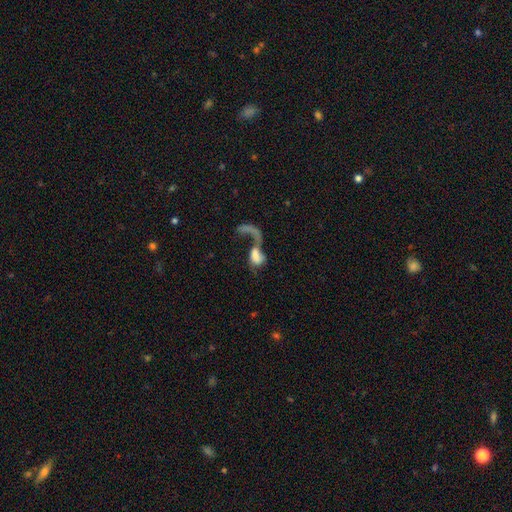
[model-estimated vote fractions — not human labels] A featured or disk galaxy (47%).

Vote fractions:
- Smooth or featured? featured or disk: 47% / smooth: 43% / star or artifact: 10%
- Merging? major disturbance: 49% / merger: 26% / none: 16% / minor disturbance: 9%